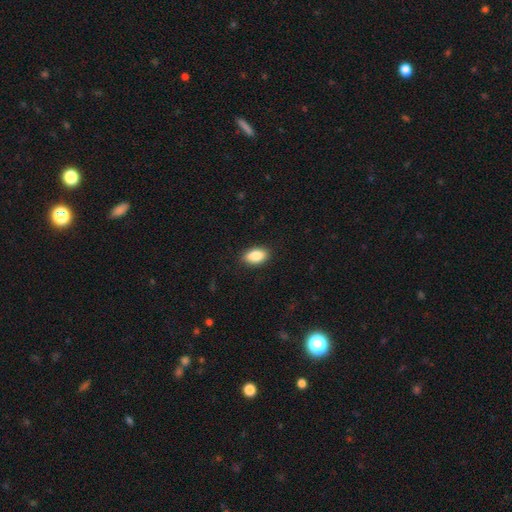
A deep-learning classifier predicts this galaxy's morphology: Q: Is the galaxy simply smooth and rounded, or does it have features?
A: smooth — 87%.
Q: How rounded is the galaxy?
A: in between — 91%.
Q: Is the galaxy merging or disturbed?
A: none — 89%.